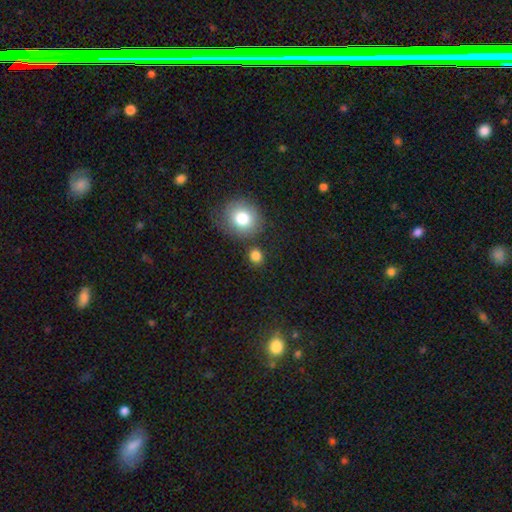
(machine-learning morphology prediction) A smooth galaxy with no disk features (83%) that is round (78%). Merging: none (77%).